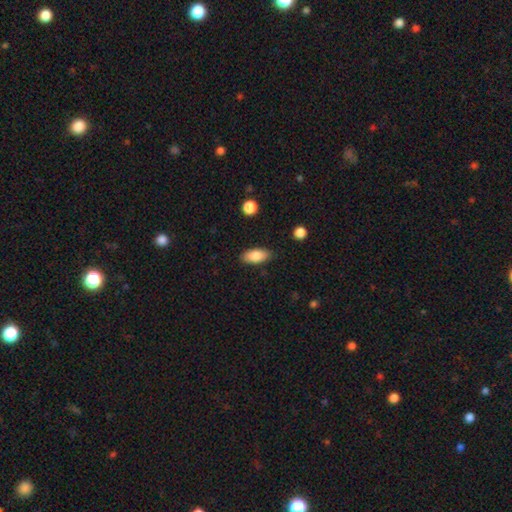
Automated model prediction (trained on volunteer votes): A smooth galaxy with no disk features (85%) that is in between round and cigar-shaped (89%). Merging: none (85%).